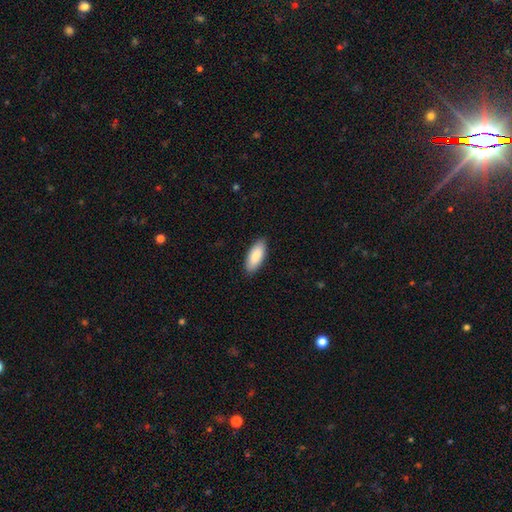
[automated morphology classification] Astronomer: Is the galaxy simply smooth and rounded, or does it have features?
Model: smooth — 89%.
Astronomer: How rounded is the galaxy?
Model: in between — 84%.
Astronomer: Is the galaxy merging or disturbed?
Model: none — 89%.